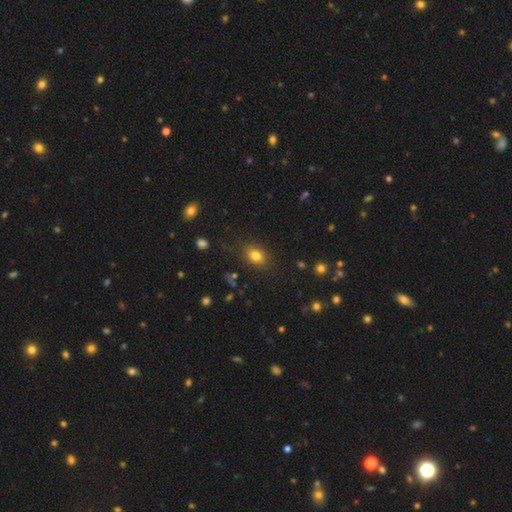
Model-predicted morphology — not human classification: A smooth galaxy with no disk features (79%) that is in between round and cigar-shaped (68%). Merging: none (82%).